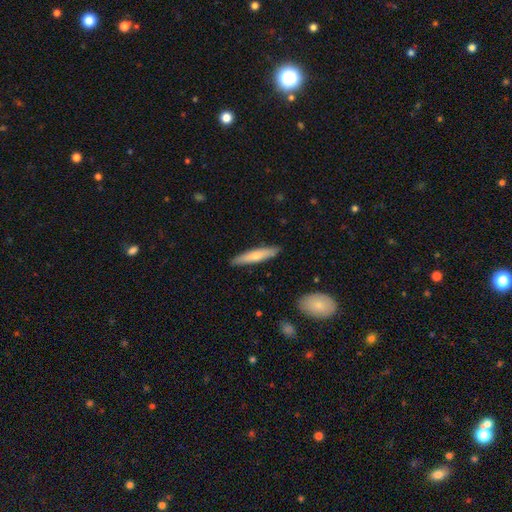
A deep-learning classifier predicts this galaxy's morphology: A smooth galaxy with no disk features (63%) that is cigar-shaped (86%). Merging: none (88%).